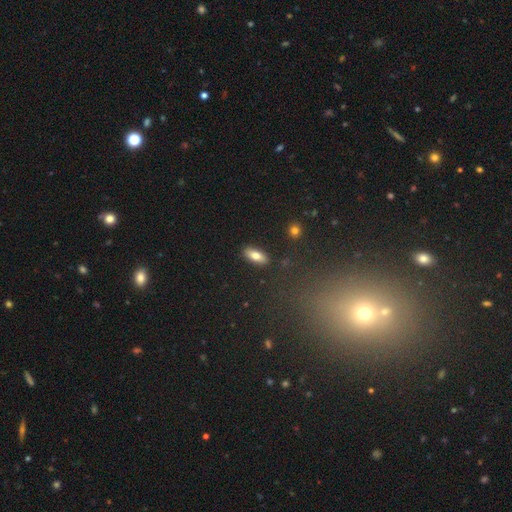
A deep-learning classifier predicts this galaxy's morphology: Overall: smooth (76%). How rounded: in between (79%). Merging: none (88%).